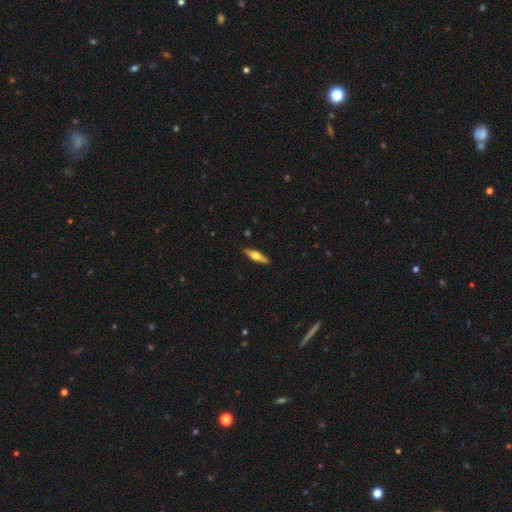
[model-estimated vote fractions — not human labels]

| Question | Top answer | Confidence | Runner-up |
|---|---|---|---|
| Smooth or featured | featured or disk | 55% | smooth (39%) |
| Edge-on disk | yes | 94% | no (6%) |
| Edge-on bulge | rounded | 94% | boxy (4%) |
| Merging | none | 90% | minor disturbance (7%) |